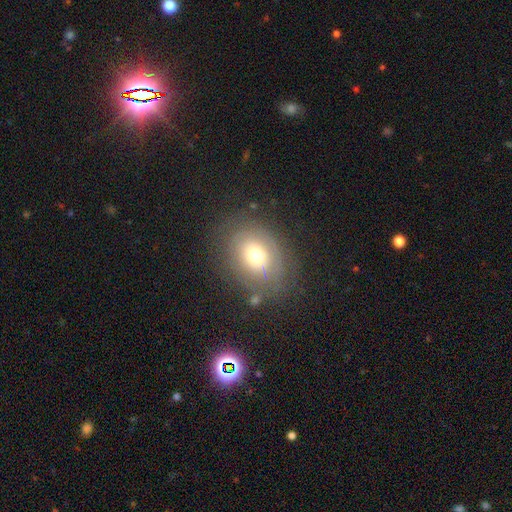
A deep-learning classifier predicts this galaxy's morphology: A smooth galaxy with no disk features (60%) that is in between round and cigar-shaped (56%).

Vote fractions:
- Smooth or featured? smooth: 60% / featured or disk: 27% / star or artifact: 13%
- How rounded? in between: 56% / round: 43% / cigar-shaped: 1%
- Merging? none: 73% / minor disturbance: 17% / major disturbance: 8% / merger: 3%